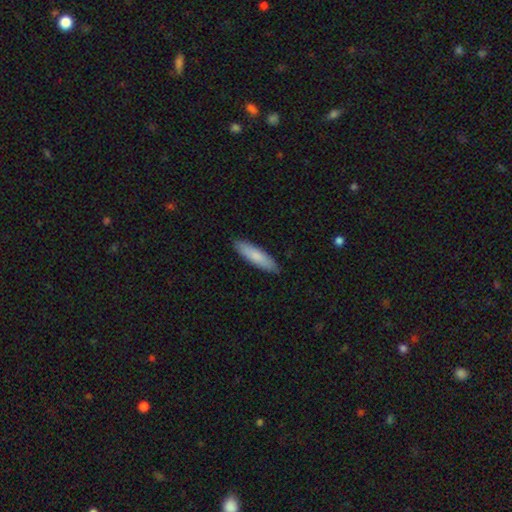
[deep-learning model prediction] This appears to be a smooth galaxy with no disk features (81%) that is cigar-shaped (72%). Merging: none (90%).